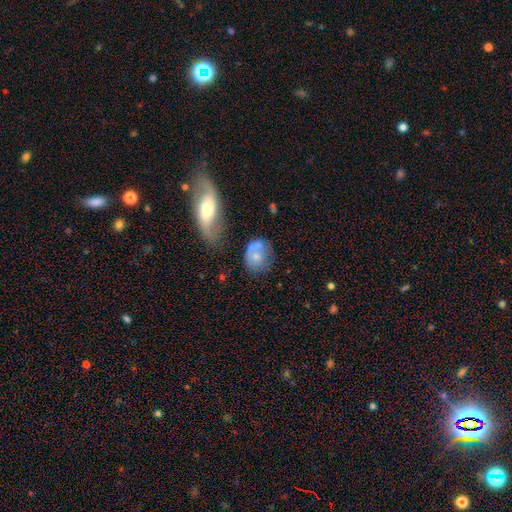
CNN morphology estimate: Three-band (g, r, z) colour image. It shows a smooth galaxy with no disk features (57%) that is round (59%). Merging: none (37%).